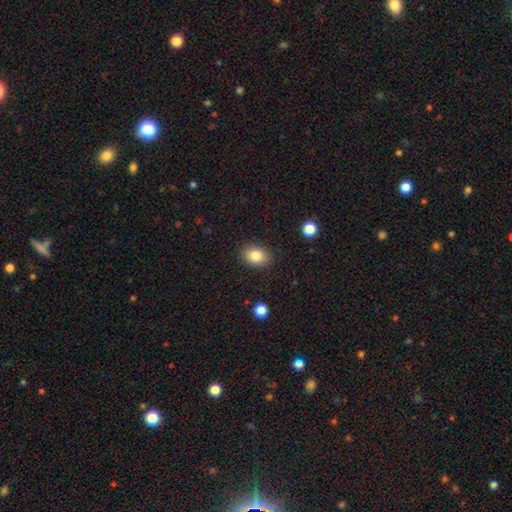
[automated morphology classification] Smooth or featured? smooth (85%)
How rounded? in between (67%)
Merging? none (87%)